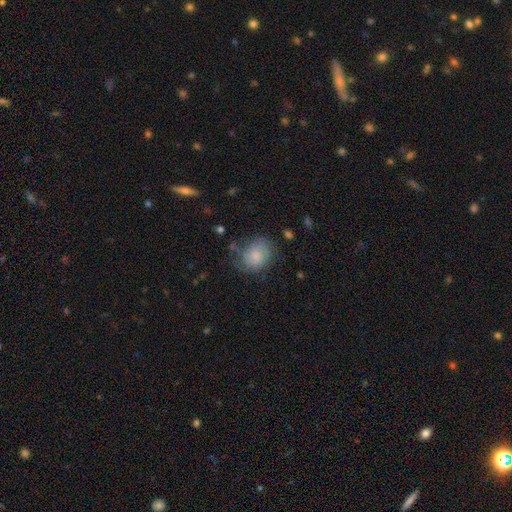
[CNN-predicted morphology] The model was most divided on "how rounded": round: 58%, in between: 41%, cigar-shaped: 1%. More confident: smooth or featured — smooth (68%); merging — none (52%).